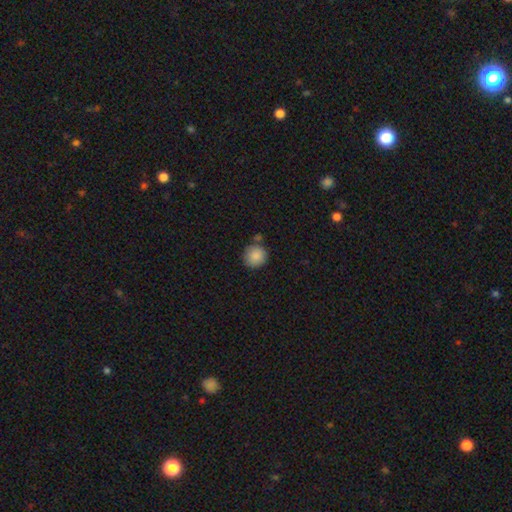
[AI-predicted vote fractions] Overall: smooth (89%). How rounded: round (91%). Merging: none (77%).